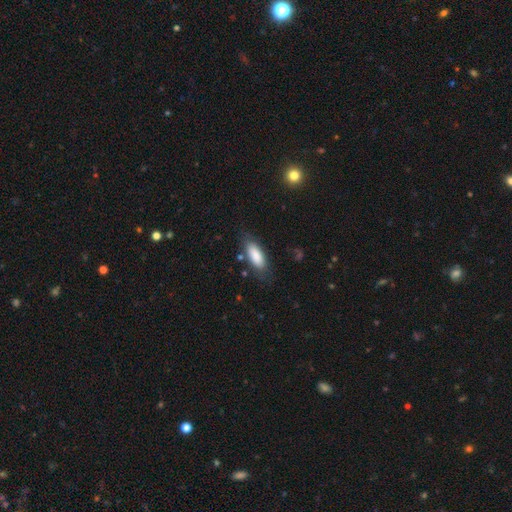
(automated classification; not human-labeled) Morphology: type=smooth (84%); roundness=in between (79%); merging=none (76%).